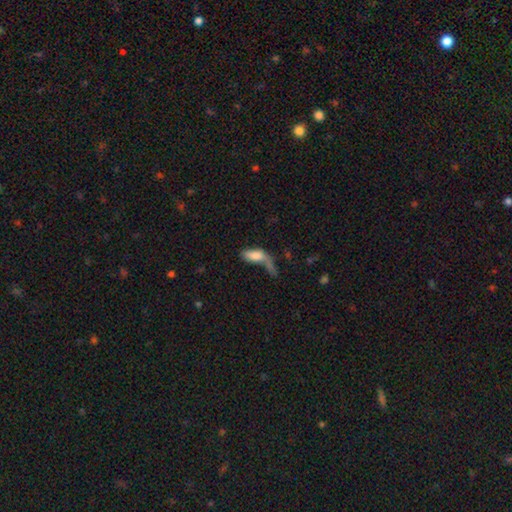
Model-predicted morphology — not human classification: A smooth galaxy with no disk features (74%) that is in between round and cigar-shaped (79%).

Vote fractions:
- Smooth or featured? smooth: 74% / featured or disk: 18% / star or artifact: 9%
- How rounded? in between: 79% / cigar-shaped: 18% / round: 4%
- Merging? major disturbance: 37% / merger: 24% / none: 20% / minor disturbance: 18%